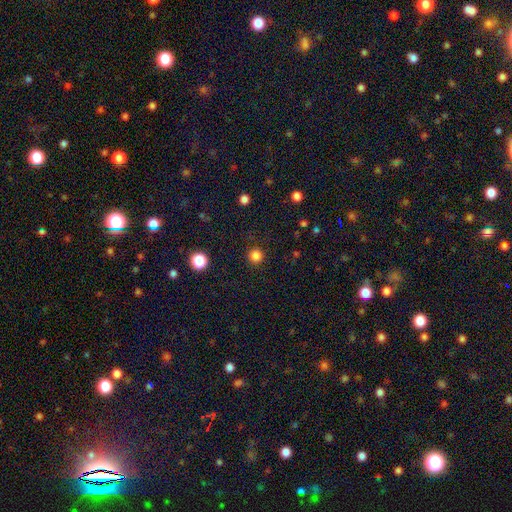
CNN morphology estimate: smooth-or-featured: smooth: 84% | star or artifact: 13% | featured or disk: 3%
  how-rounded: round: 96% | in between: 3% | cigar-shaped: 1%
  merging: none: 90% | minor disturbance: 6% | major disturbance: 2% | merger: 1%